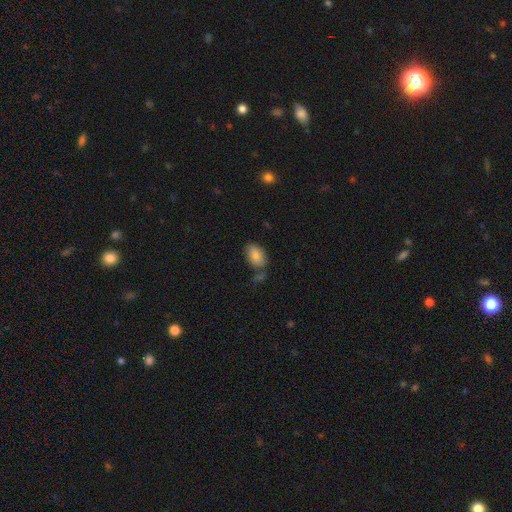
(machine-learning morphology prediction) The model was most divided on "merging": none: 67%, minor disturbance: 18%, merger: 10%, major disturbance: 5%. More confident: how rounded — in between (90%); smooth or featured — smooth (84%).